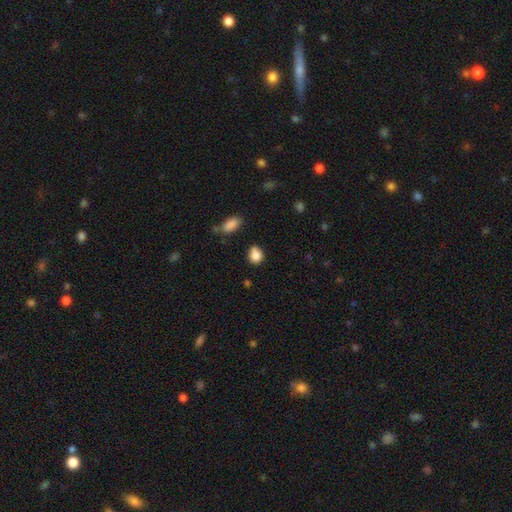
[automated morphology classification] smooth 85%, star or artifact 10%, featured or disk 6%. Down the decision tree: how rounded — round (59%); merging — none (65%).